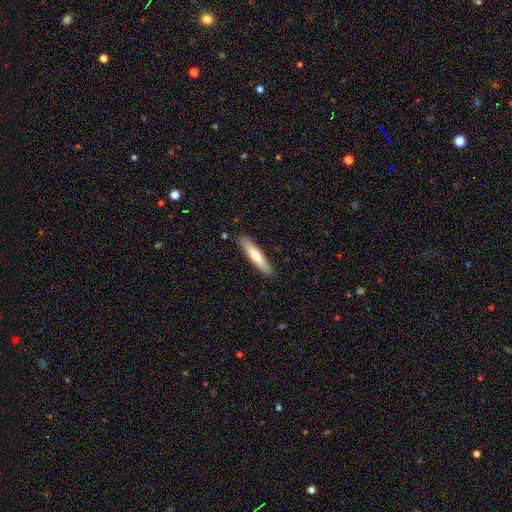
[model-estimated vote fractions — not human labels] smooth 62%, featured or disk 33%, star or artifact 5%. Down the decision tree: how rounded — cigar-shaped (86%); merging — none (89%).